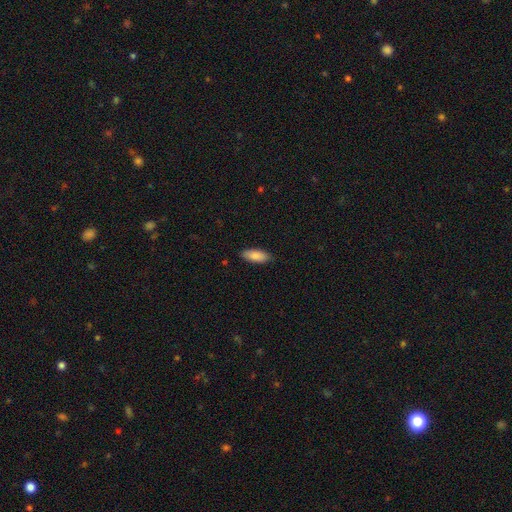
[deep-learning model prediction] Smooth or featured: smooth — 87% (featured or disk — 7%)
How rounded: in between — 75% (cigar-shaped — 23%)
Merging: none — 88% (minor disturbance — 10%)